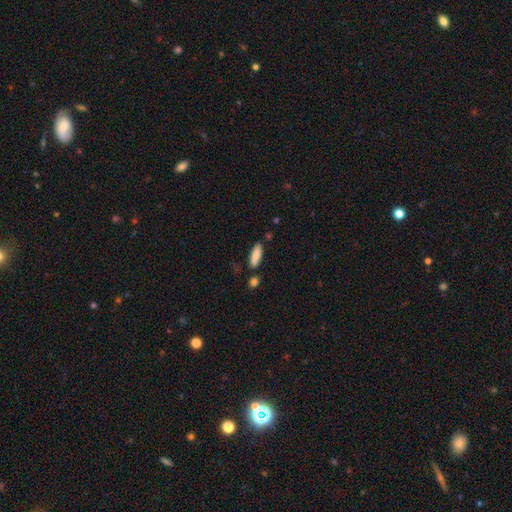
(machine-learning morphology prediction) smooth 85%, featured or disk 8%, star or artifact 6%. Down the decision tree: how rounded — cigar-shaped (53%); merging — none (79%).